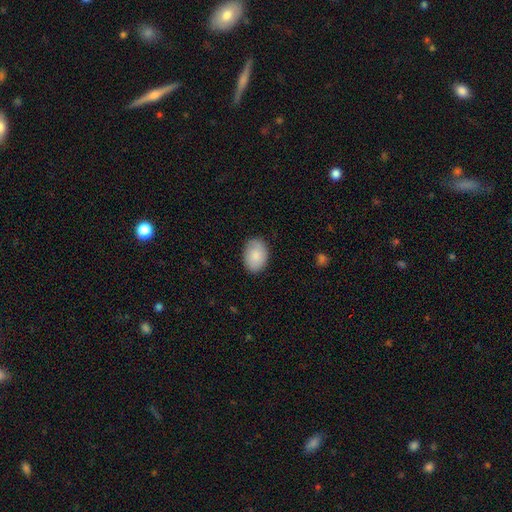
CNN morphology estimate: This is clearly a smooth galaxy (84%). How rounded: clearly in between (82%). Merging: clearly none (85%).